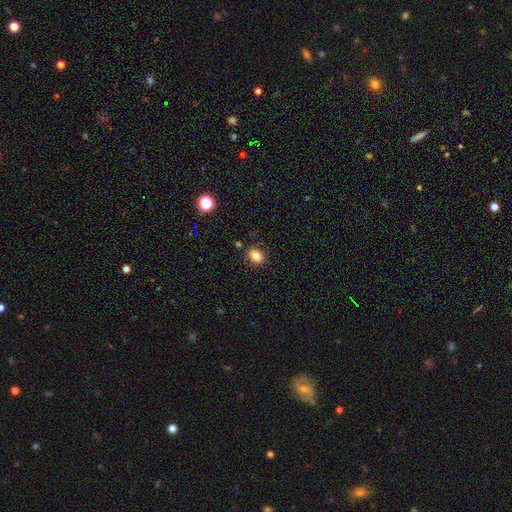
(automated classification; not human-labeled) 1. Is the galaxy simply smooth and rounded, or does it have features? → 81% smooth, 11% star or artifact, 7% featured or disk.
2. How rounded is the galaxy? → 54% in between, 45% round, 1% cigar-shaped.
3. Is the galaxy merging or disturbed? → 84% none, 10% minor disturbance, 3% merger, 3% major disturbance.